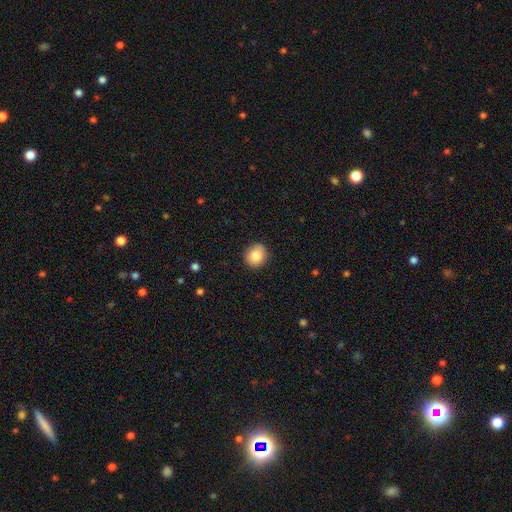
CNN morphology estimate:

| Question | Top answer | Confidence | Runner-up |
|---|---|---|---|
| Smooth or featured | smooth | 84% | star or artifact (9%) |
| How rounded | round | 80% | in between (20%) |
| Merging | none | 89% | minor disturbance (8%) |